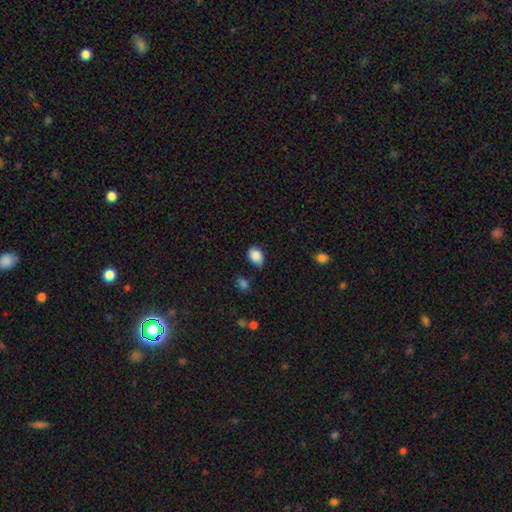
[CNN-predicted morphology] This appears to be a smooth galaxy with no disk features (88%) that is in between round and cigar-shaped (80%). Merging: none (77%).